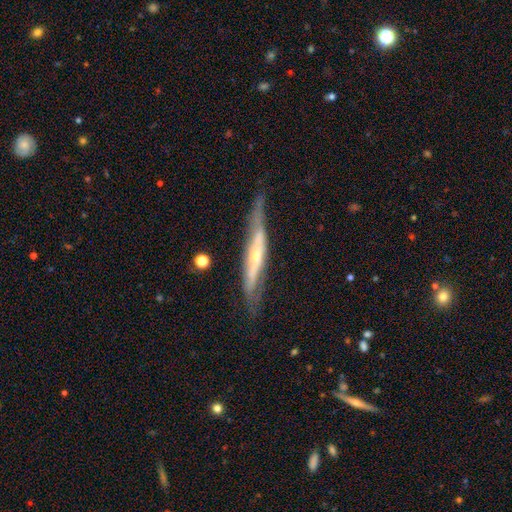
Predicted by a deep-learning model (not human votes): smooth-or-featured: featured or disk: 73% | smooth: 21% | star or artifact: 6%
  disk-edge-on: yes: 78% | no: 22%
    edge-on-bulge: rounded: 65% | none: 28% | boxy: 7%
  merging: none: 67% | minor disturbance: 23% | major disturbance: 7% | merger: 2%